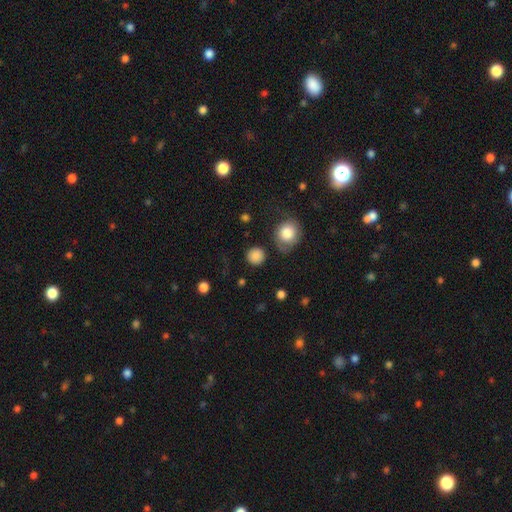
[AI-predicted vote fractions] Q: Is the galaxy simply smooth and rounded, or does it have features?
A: smooth — 86%.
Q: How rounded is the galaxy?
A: round — 92%.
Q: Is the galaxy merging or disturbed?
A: none — 82%.